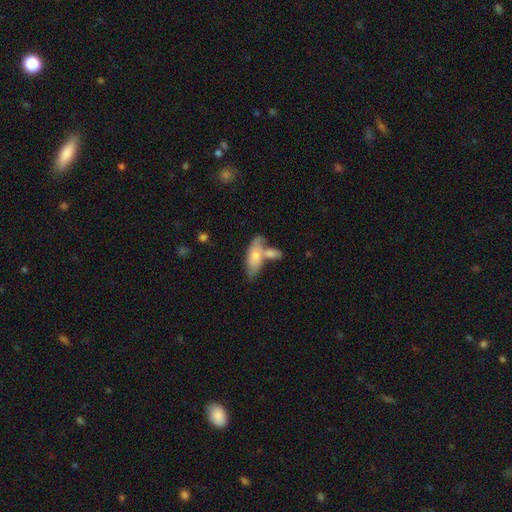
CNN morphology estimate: Smooth or featured? smooth (67%)
How rounded? in between (78%)
Merging? merger (44%)